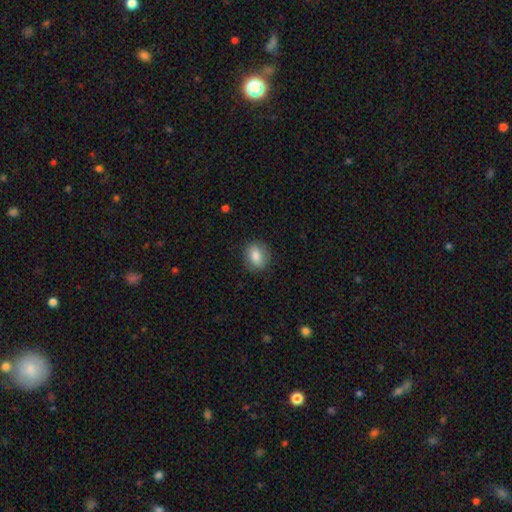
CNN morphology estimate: Q: Smooth or featured?
A: smooth (81%); runner-up: featured or disk (11%)
Q: How rounded?
A: round (50%); runner-up: in between (49%)
Q: Merging?
A: none (84%); runner-up: minor disturbance (12%)